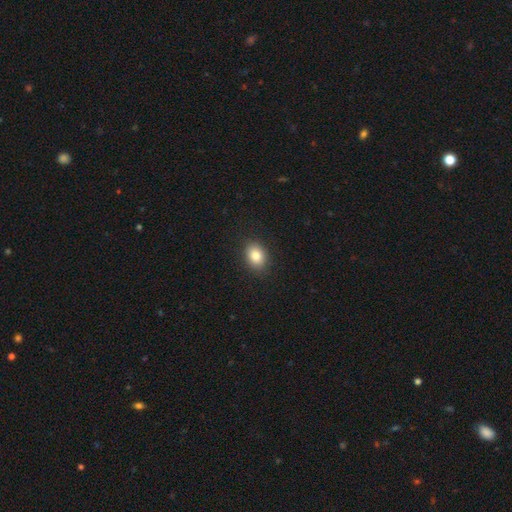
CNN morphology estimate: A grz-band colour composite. It shows a smooth galaxy with no disk features (85%) that is in between round and cigar-shaped (68%). Merging: none (89%).